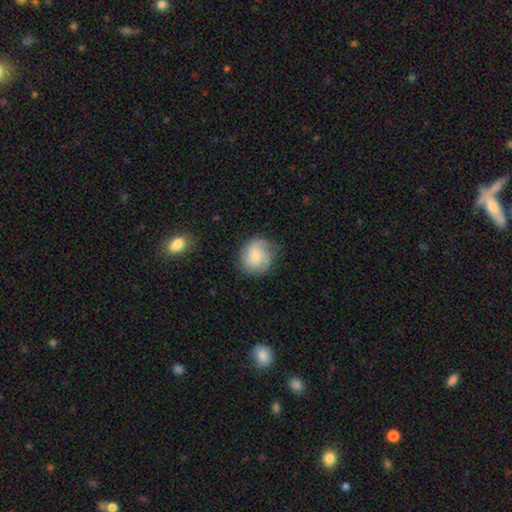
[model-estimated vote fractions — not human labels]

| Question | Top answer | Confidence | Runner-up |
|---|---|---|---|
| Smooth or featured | featured or disk | 56% | smooth (36%) |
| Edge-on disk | no | 98% | yes (2%) |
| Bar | no | 69% | weak (28%) |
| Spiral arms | yes | 92% | no (8%) |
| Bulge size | small | 61% | moderate (29%) |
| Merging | none | 73% | minor disturbance (19%) |